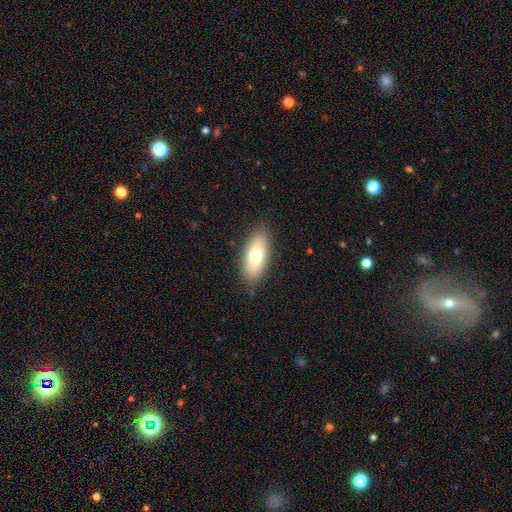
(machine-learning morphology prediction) The model was most divided on "smooth or featured": smooth: 71%, featured or disk: 22%, star or artifact: 7%. More confident: merging — none (86%); how rounded — in between (83%).